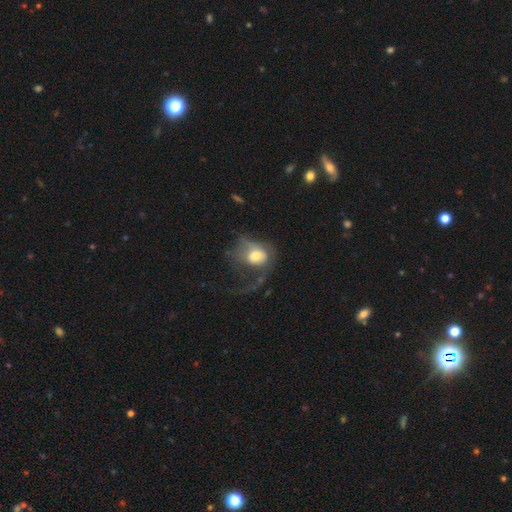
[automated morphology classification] Smooth or featured?
  - smooth: 55% *
  - featured or disk: 37%
  - star or artifact: 8%
How rounded?
  - round: 54% *
  - in between: 44%
  - cigar-shaped: 1%
Merging?
  - major disturbance: 59% *
  - none: 21%
  - minor disturbance: 17%
  - merger: 4%